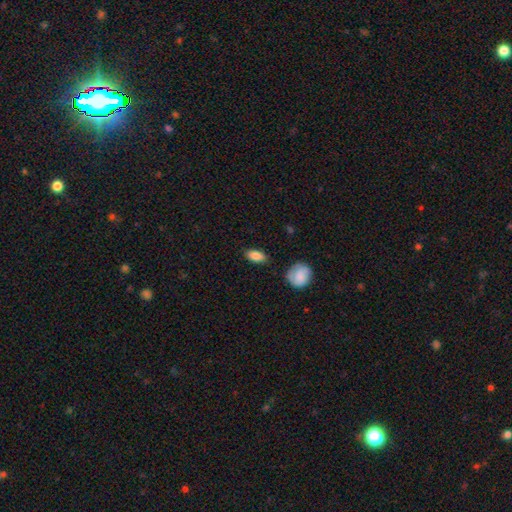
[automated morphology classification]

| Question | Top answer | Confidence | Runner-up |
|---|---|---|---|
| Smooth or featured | smooth | 86% | featured or disk (7%) |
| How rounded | in between | 88% | round (6%) |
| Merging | none | 84% | minor disturbance (12%) |